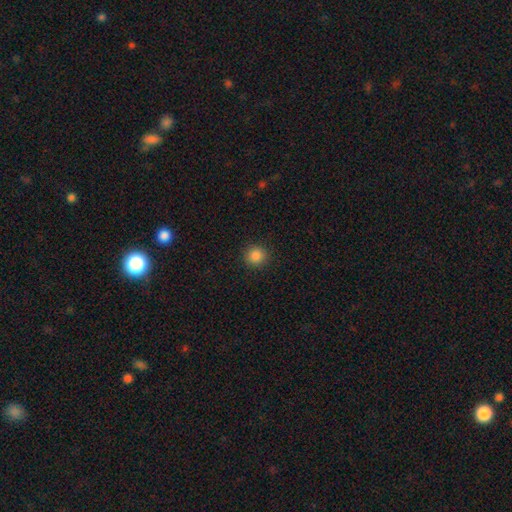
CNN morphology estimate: Q: Smooth or featured?
A: smooth (86%); runner-up: star or artifact (11%)
Q: How rounded?
A: round (93%); runner-up: in between (6%)
Q: Merging?
A: none (92%); runner-up: minor disturbance (5%)